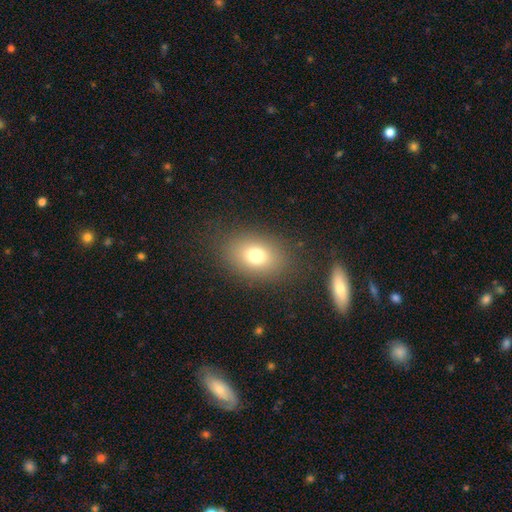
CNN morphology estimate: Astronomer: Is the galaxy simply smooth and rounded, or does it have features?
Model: smooth — 75%.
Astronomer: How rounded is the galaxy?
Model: in between — 70%.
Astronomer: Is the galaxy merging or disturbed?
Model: none — 83%.